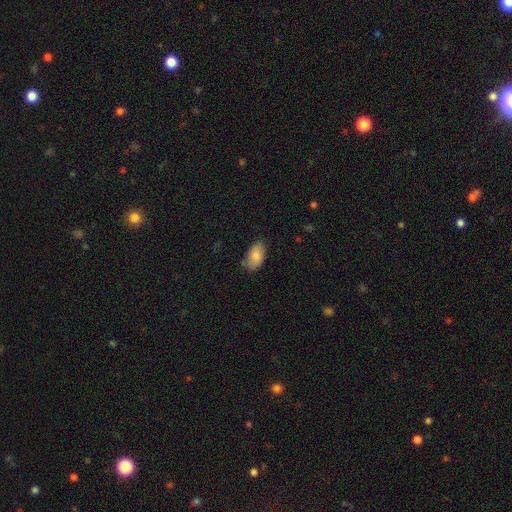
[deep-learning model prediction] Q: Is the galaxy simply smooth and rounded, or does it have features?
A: smooth — 87%.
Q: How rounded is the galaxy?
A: in between — 94%.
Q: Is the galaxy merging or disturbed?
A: none — 79%.